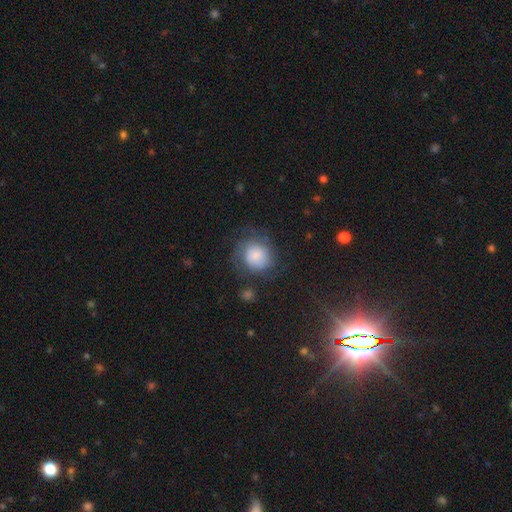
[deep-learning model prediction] This is possibly a smooth galaxy (60%). How rounded: likely round (79%). Merging: possibly none (57%).